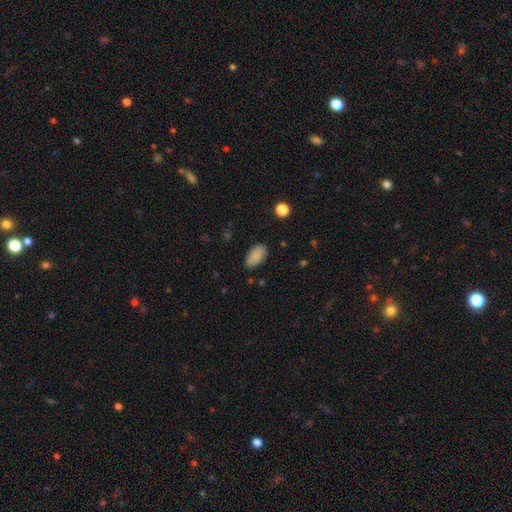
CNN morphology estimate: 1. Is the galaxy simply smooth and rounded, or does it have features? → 87% smooth, 8% star or artifact, 5% featured or disk.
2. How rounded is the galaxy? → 94% in between, 4% round, 2% cigar-shaped.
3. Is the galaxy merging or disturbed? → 82% none, 13% minor disturbance, 3% major disturbance, 1% merger.